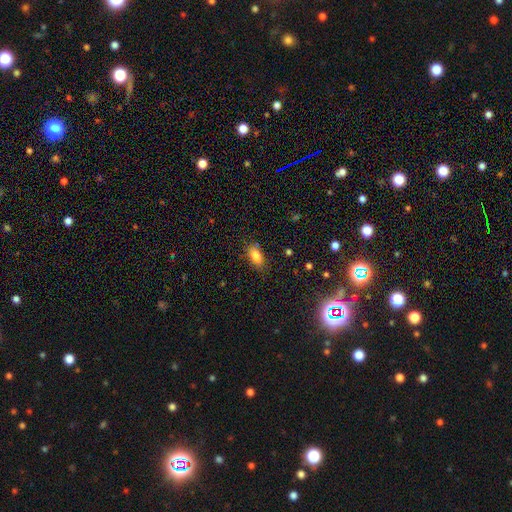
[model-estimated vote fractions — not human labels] The model was most divided on "merging": none: 79%, minor disturbance: 15%, major disturbance: 4%, merger: 2%. More confident: how rounded — in between (87%); smooth or featured — smooth (82%).